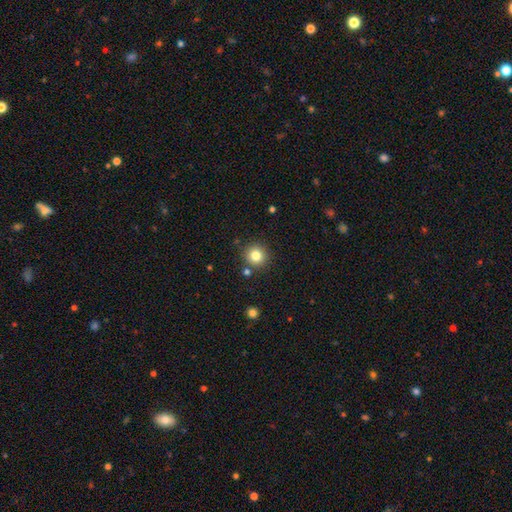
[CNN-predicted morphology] smooth 81%, star or artifact 12%, featured or disk 7%. Down the decision tree: how rounded — round (94%); merging — none (86%).